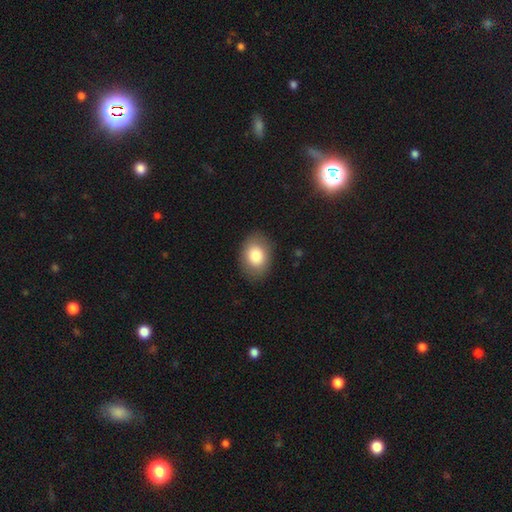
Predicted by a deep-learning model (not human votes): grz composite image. It shows a smooth galaxy with no disk features (82%) that is in between round and cigar-shaped (73%). Merging: none (86%).